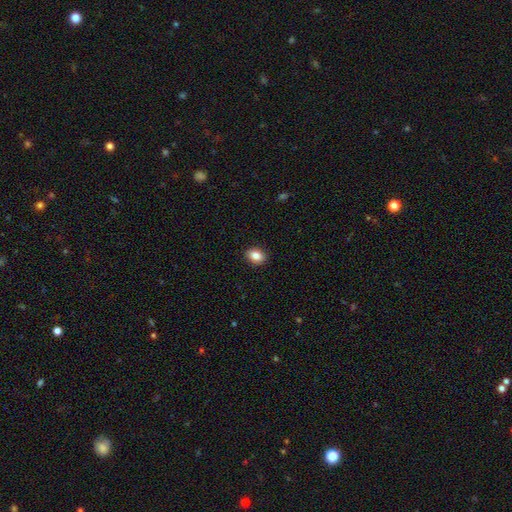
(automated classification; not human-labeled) Morphology: type=smooth (85%); roundness=in between (65%); merging=none (91%).